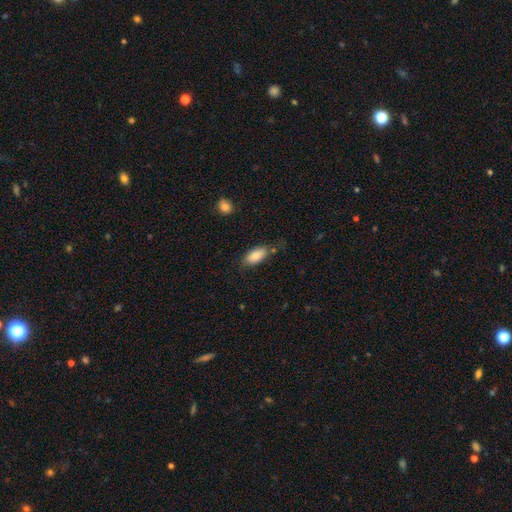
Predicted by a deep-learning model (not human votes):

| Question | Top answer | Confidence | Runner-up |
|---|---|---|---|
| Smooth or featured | smooth | 84% | featured or disk (9%) |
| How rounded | in between | 90% | cigar-shaped (8%) |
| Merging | none | 68% | minor disturbance (22%) |